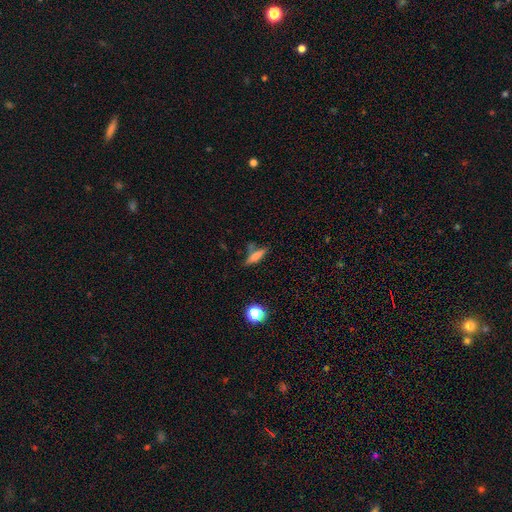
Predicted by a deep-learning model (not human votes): smooth-or-featured: smooth: 67% | featured or disk: 23% | star or artifact: 10%
  how-rounded: cigar-shaped: 71% | in between: 25% | round: 4%
  merging: none: 67% | minor disturbance: 16% | merger: 12% | major disturbance: 5%